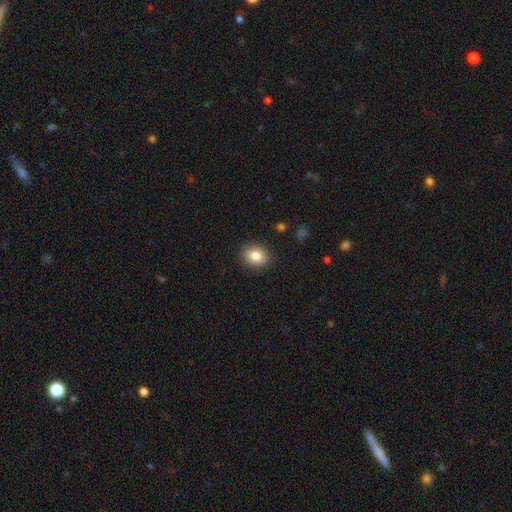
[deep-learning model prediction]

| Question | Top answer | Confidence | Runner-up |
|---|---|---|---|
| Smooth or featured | smooth | 82% | star or artifact (10%) |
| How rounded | round | 66% | in between (33%) |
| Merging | none | 90% | minor disturbance (7%) |